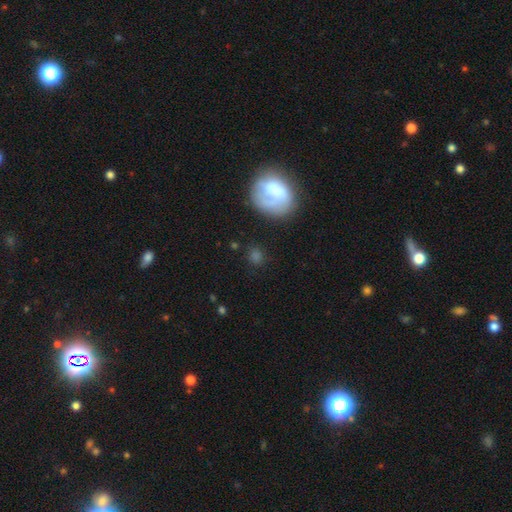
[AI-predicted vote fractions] smooth 59%, featured or disk 28%, star or artifact 13%. Down the decision tree: how rounded — round (67%); merging — none (65%).